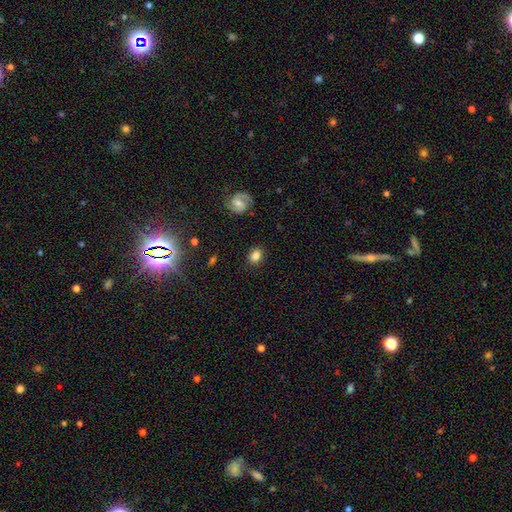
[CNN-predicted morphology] Smooth or featured?
  - smooth: 79% *
  - featured or disk: 12%
  - star or artifact: 9%
How rounded?
  - in between: 58% *
  - round: 41%
  - cigar-shaped: 1%
Merging?
  - none: 83% *
  - minor disturbance: 12%
  - major disturbance: 3%
  - merger: 2%